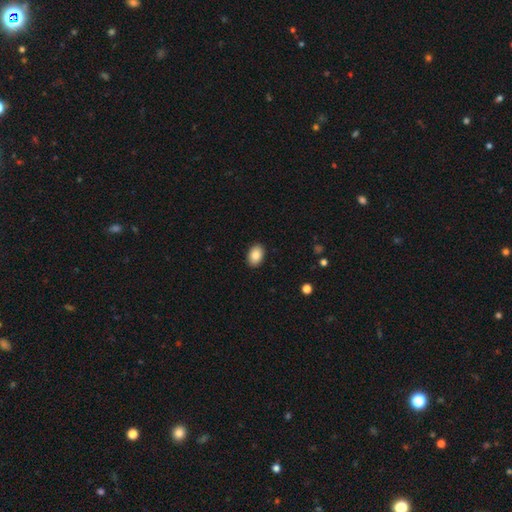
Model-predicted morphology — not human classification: The model was most divided on "how rounded": in between: 86%, round: 13%, cigar-shaped: 1%. More confident: merging — none (90%); smooth or featured — smooth (87%).